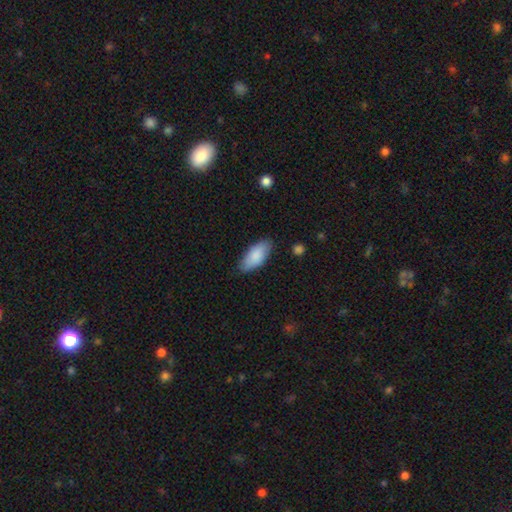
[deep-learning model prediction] Smooth or featured?
  - smooth: 86% *
  - featured or disk: 9%
  - star or artifact: 6%
How rounded?
  - in between: 87% *
  - cigar-shaped: 11%
  - round: 2%
Merging?
  - none: 81% *
  - minor disturbance: 15%
  - major disturbance: 3%
  - merger: 1%